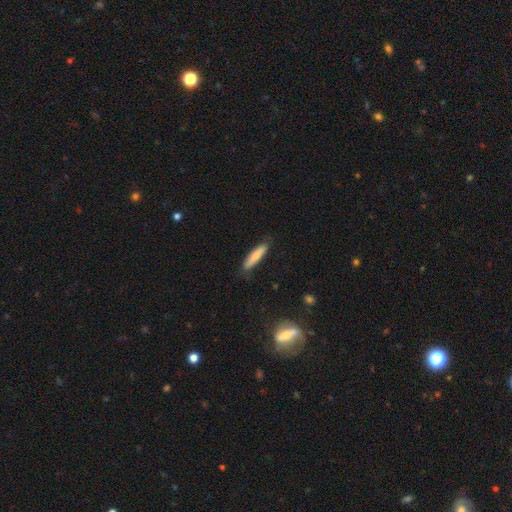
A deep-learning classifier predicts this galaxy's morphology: type=smooth (69%); roundness=cigar-shaped (79%); merging=none (82%).